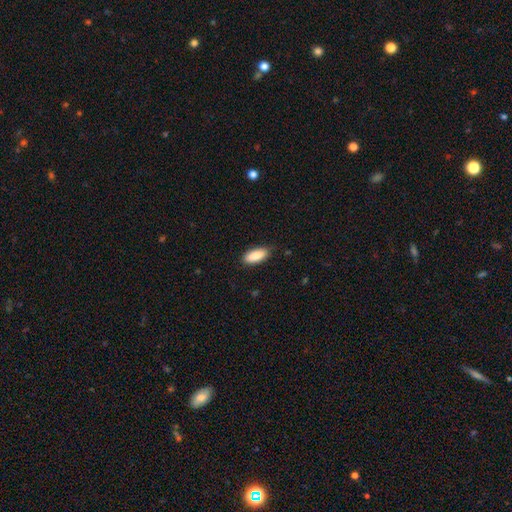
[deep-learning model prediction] smooth-or-featured: smooth: 88% | star or artifact: 6% | featured or disk: 5%
  how-rounded: in between: 83% | cigar-shaped: 15% | round: 2%
  merging: none: 84% | minor disturbance: 12% | major disturbance: 2% | merger: 1%